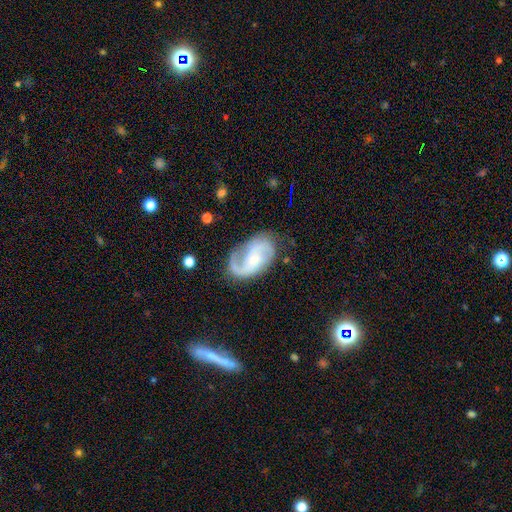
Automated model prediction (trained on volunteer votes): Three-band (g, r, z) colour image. It shows a featured or disk galaxy (81%) with no bar (56%), 2 (70%) medium (45%) spiral arms (95%) and a small central bulge (54%). Merging: none (66%).